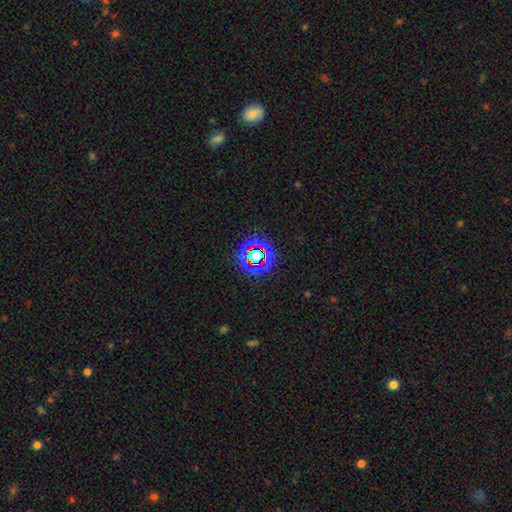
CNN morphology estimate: A star or artifact, not a galaxy (65%).

Vote fractions:
- Smooth or featured? star or artifact: 65% / smooth: 24% / featured or disk: 11%